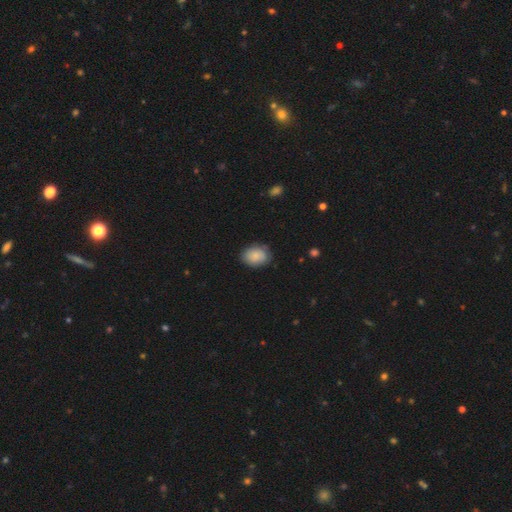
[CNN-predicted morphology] This appears to be a smooth galaxy with no disk features (82%) that is in between round and cigar-shaped (65%). Merging: none (78%).